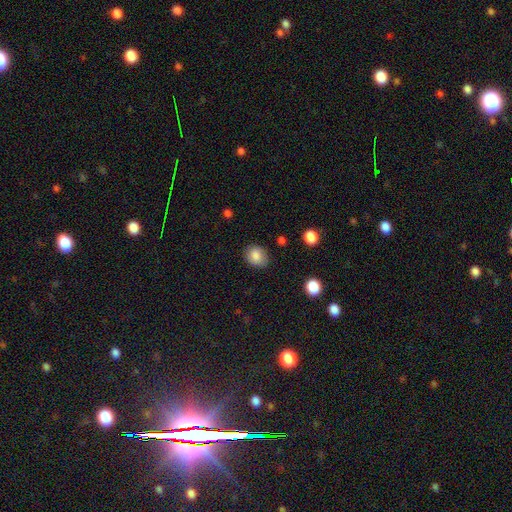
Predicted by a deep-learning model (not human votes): smooth 85%, star or artifact 9%, featured or disk 6%. Down the decision tree: how rounded — round (63%); merging — none (82%).